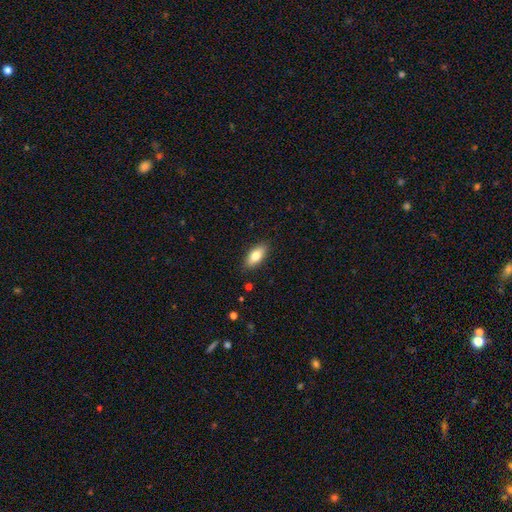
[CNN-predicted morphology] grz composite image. It shows a smooth galaxy with no disk features (81%) that is in between round and cigar-shaped (87%). Merging: none (87%).